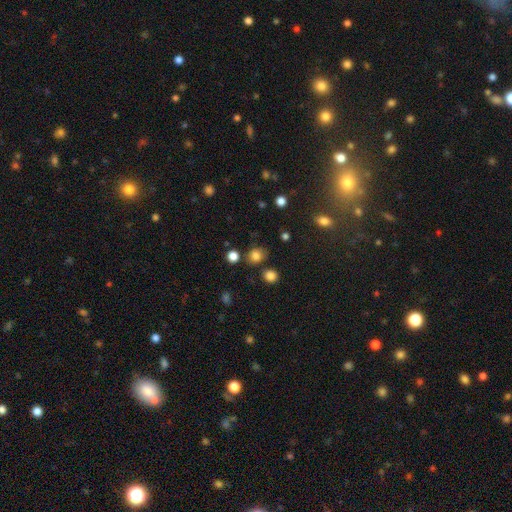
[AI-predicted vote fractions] A smooth galaxy with no disk features (80%) that is round (76%).

Vote fractions:
- Smooth or featured? smooth: 80% / star or artifact: 14% / featured or disk: 5%
- How rounded? round: 76% / in between: 23% / cigar-shaped: 1%
- Merging? none: 80% / minor disturbance: 10% / merger: 7% / major disturbance: 4%